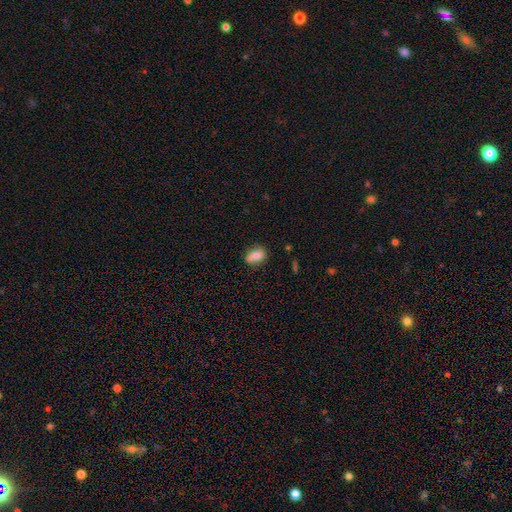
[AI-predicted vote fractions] A smooth galaxy with no disk features (69%) that is in between round and cigar-shaped (78%).

Vote fractions:
- Smooth or featured? smooth: 69% / featured or disk: 22% / star or artifact: 8%
- How rounded? in between: 78% / round: 18% / cigar-shaped: 4%
- Merging? none: 72% / minor disturbance: 20% / merger: 4% / major disturbance: 4%